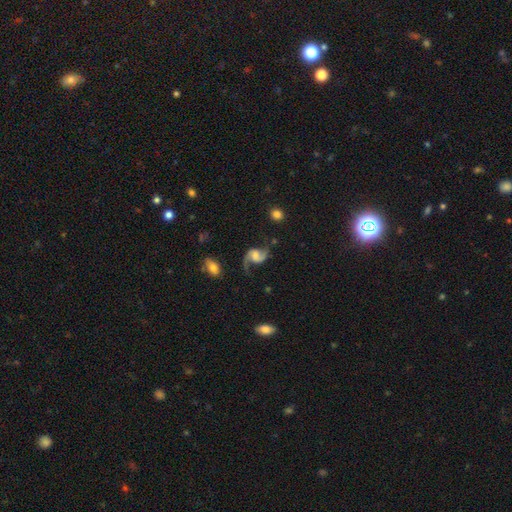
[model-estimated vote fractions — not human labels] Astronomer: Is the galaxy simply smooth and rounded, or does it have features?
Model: featured or disk — 88%.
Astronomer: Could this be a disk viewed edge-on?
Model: no — 98%.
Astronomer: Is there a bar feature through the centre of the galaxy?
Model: no — 50% (runner-up: weak, 40%).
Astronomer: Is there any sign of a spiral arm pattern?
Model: yes — 97%.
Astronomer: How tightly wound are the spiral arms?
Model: loose — 60%.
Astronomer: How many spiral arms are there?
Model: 2 — 92%.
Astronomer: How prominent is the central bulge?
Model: moderate — 32% (runner-up: small, 26%).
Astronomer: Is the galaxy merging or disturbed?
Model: none — 69%.